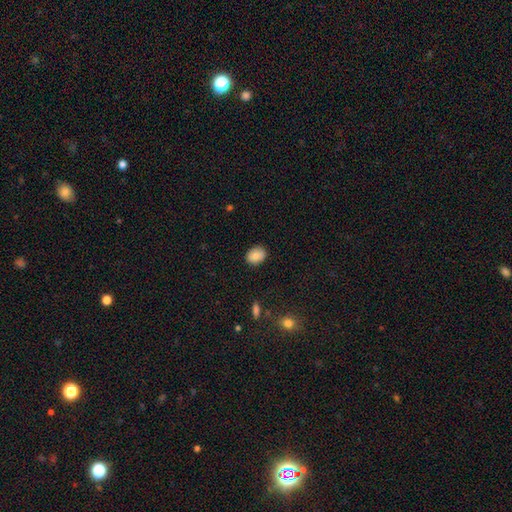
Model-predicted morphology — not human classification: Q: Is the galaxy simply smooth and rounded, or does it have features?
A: smooth — 85%.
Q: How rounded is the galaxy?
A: in between — 61%.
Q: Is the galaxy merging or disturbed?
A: none — 87%.